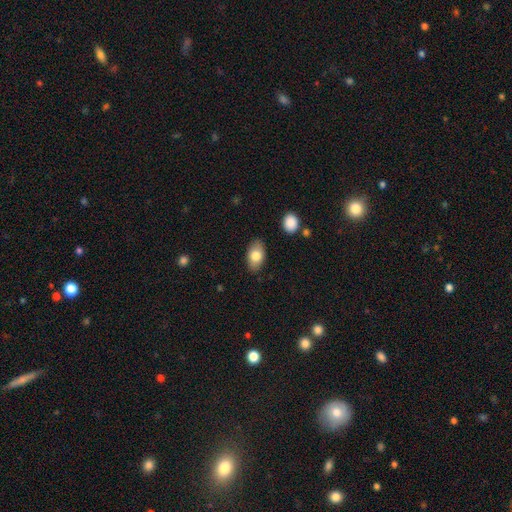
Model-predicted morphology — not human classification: This is likely a smooth galaxy (79%). How rounded: clearly in between (91%). Merging: clearly none (85%).